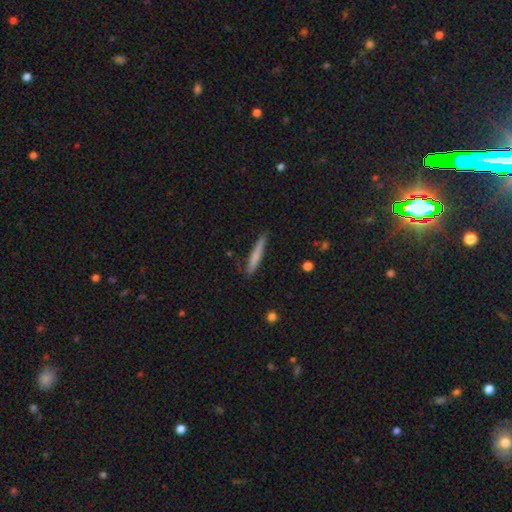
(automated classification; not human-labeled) A smooth galaxy with no disk features (69%) that is cigar-shaped (95%). Merging: none (84%).